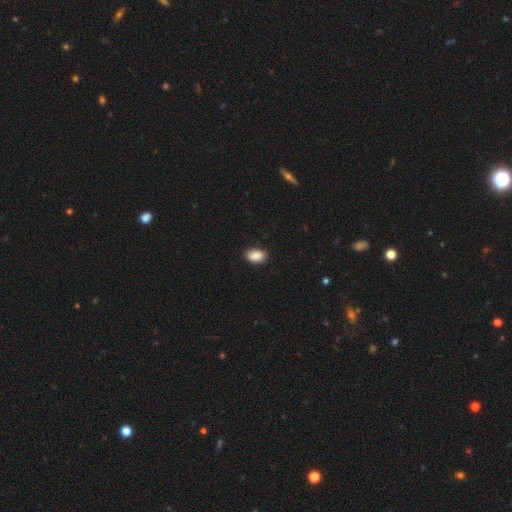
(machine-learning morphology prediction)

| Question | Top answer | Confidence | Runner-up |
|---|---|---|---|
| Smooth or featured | smooth | 89% | star or artifact (8%) |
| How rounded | in between | 86% | round (12%) |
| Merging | none | 83% | minor disturbance (13%) |